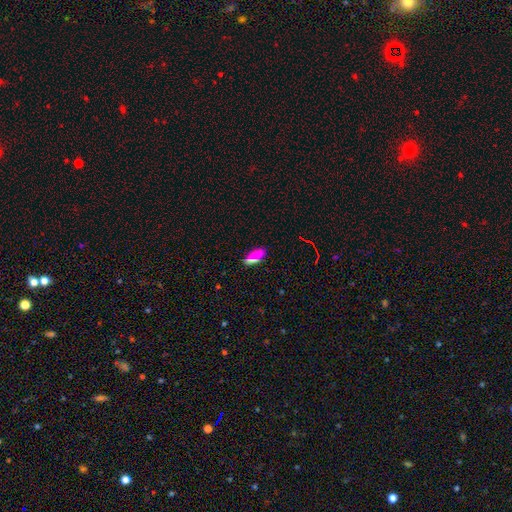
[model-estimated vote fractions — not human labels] The model was most divided on "how rounded": in between: 71%, cigar-shaped: 23%, round: 5%. More confident: merging — none (82%); smooth or featured — smooth (74%).